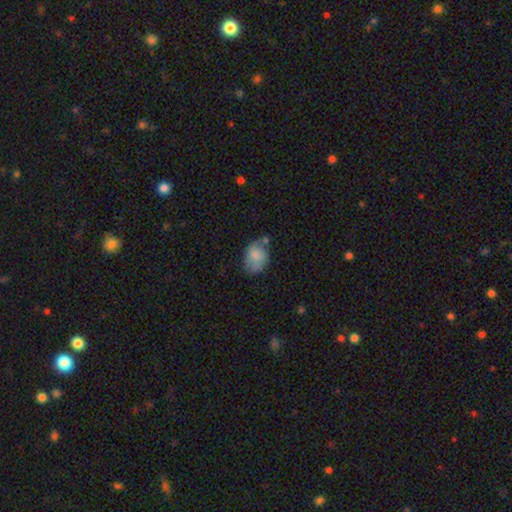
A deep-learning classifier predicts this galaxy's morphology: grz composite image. It shows a smooth galaxy with no disk features (76%) that is in between round and cigar-shaped (77%). Merging: none (47%).